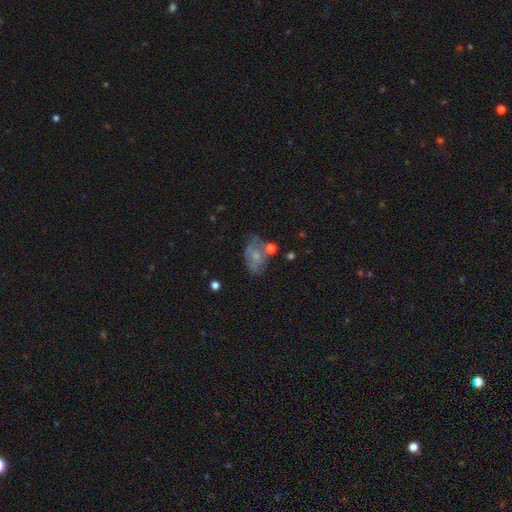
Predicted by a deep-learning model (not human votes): This is possibly a smooth galaxy (51%). How rounded: clearly in between (82%). Merging: marginally none (40%).